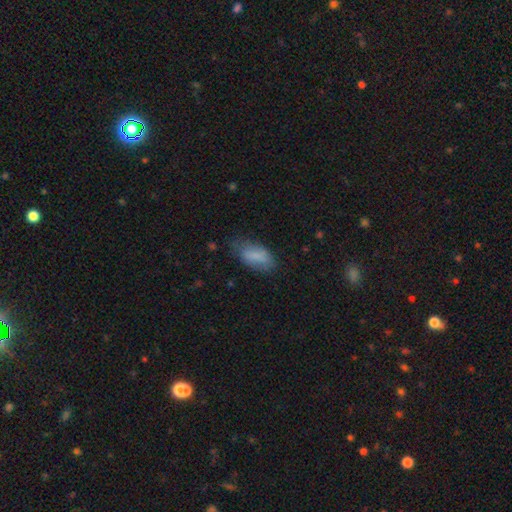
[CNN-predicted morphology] A smooth galaxy with no disk features (81%) that is in between round and cigar-shaped (88%). Merging: none (61%).